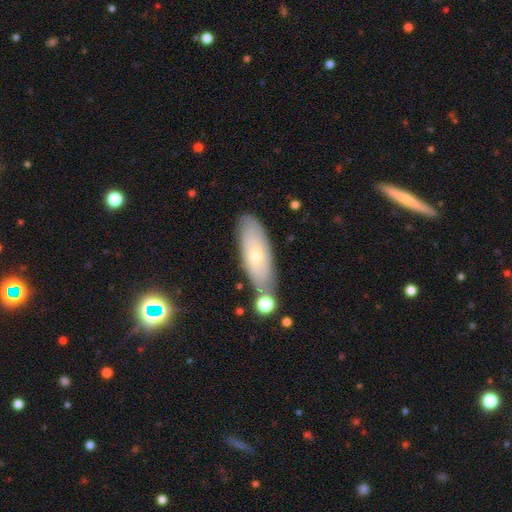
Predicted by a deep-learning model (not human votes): A smooth galaxy with no disk features (52%) that is in between round and cigar-shaped (62%).

Vote fractions:
- Smooth or featured? smooth: 52% / featured or disk: 40% / star or artifact: 7%
- How rounded? in between: 62% / cigar-shaped: 36% / round: 3%
- Merging? none: 68% / minor disturbance: 17% / merger: 10% / major disturbance: 4%